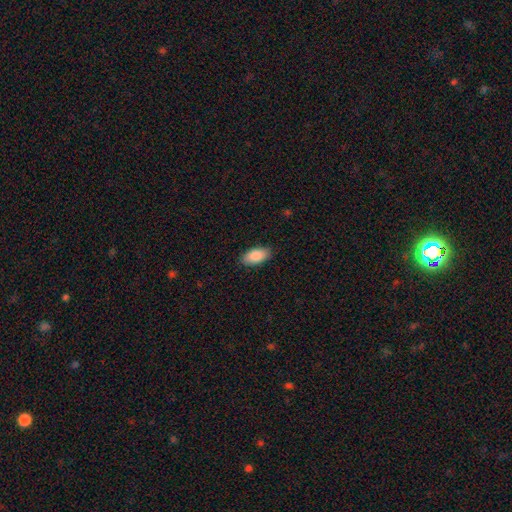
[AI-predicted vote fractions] This is clearly a smooth galaxy (88%). How rounded: clearly in between (94%). Merging: clearly none (88%).